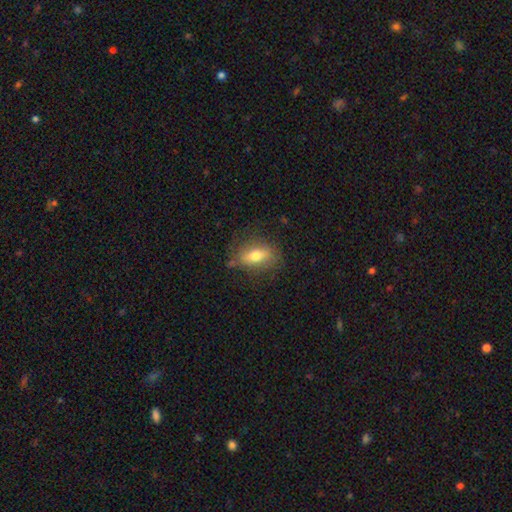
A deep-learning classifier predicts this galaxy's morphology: Smooth or featured? smooth (62%)
How rounded? in between (75%)
Merging? none (76%)